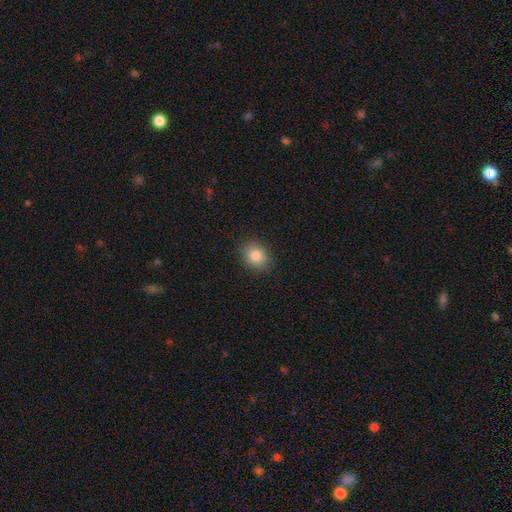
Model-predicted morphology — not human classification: This appears to be a smooth galaxy with no disk features (84%) that is round (52%). Merging: none (88%).